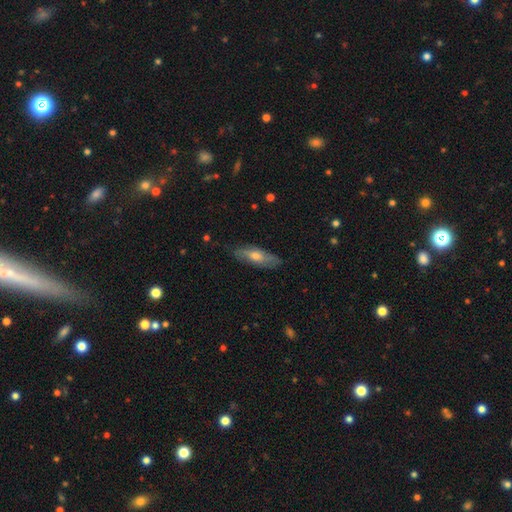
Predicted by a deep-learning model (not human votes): Smooth or featured?
  - smooth: 50% *
  - featured or disk: 43%
  - star or artifact: 7%
How rounded?
  - in between: 57% *
  - cigar-shaped: 40%
  - round: 2%
Merging?
  - none: 80% *
  - minor disturbance: 16%
  - major disturbance: 3%
  - merger: 1%